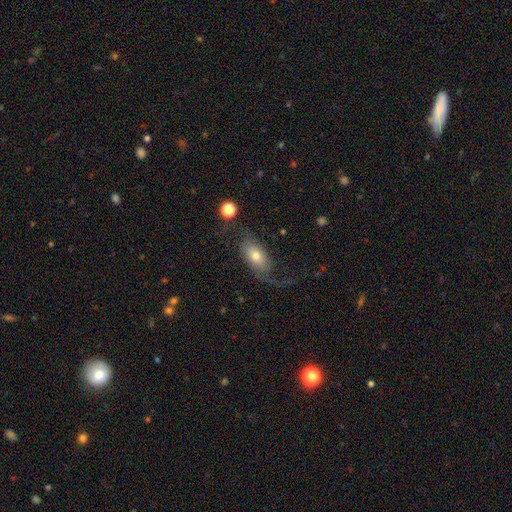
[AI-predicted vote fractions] The model was most divided on "smooth or featured": smooth: 47%, featured or disk: 44%, star or artifact: 8%. Remaining: merging — none (46%).